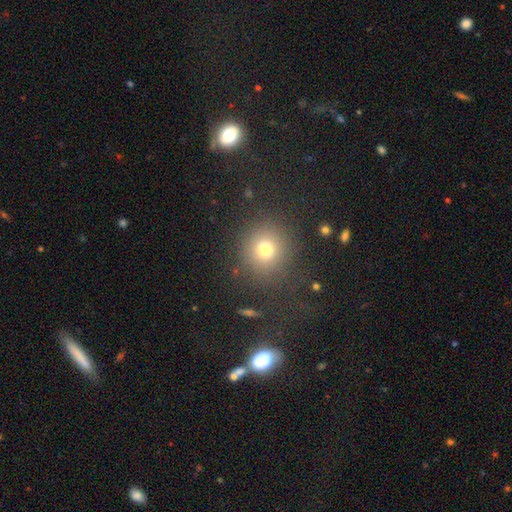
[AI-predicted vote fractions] A smooth galaxy with no disk features (63%) that is round (89%). Merging: none (85%).